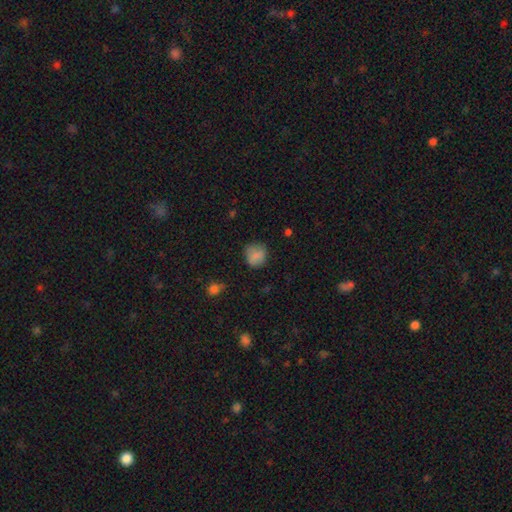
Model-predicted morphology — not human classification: smooth-or-featured: smooth: 80% | featured or disk: 10% | star or artifact: 10%
  how-rounded: round: 75% | in between: 24% | cigar-shaped: 1%
  merging: none: 67% | minor disturbance: 23% | major disturbance: 7% | merger: 2%